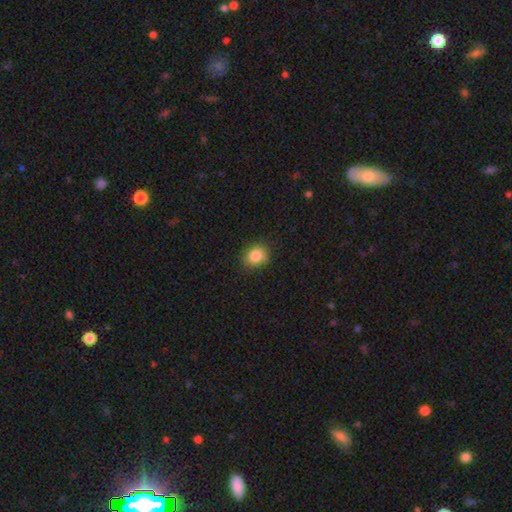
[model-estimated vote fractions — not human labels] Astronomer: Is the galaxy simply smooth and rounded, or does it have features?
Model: smooth — 84%.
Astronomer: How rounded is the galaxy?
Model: round — 73%.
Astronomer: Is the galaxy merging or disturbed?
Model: none — 84%.